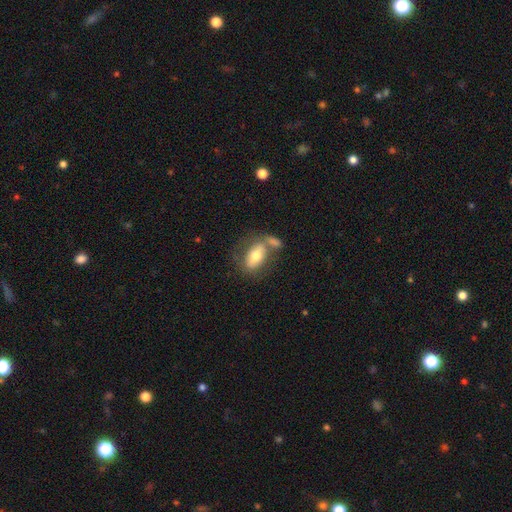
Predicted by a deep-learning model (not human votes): Smooth or featured: smooth — 63% (featured or disk — 30%)
How rounded: in between — 86% (round — 8%)
Merging: none — 45% (merger — 32%)